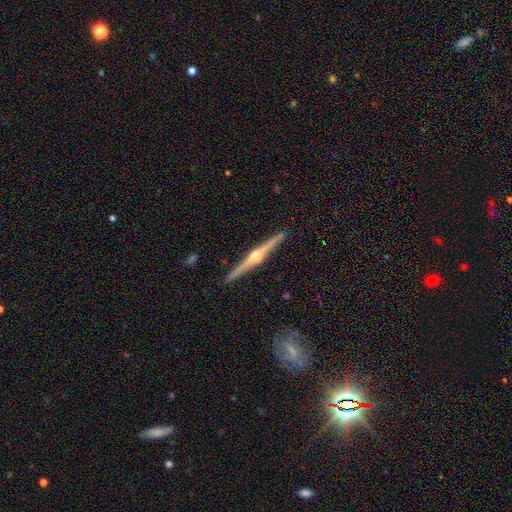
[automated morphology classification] smooth_or_featured: featured or disk (p=0.85) [alt: smooth p=0.10]
disk_edge_on: yes (p=0.99) [alt: no p=0.01]
edge_on_bulge: rounded (p=0.92) [alt: boxy p=0.04]
merging: none (p=0.92) [alt: minor disturbance p=0.05]